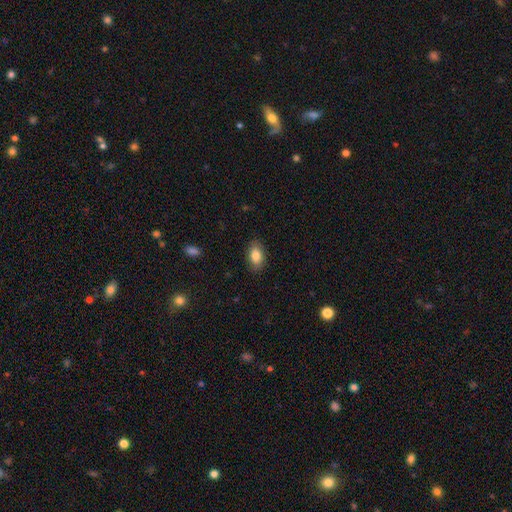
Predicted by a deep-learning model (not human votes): smooth_or_featured: smooth (p=0.84) [alt: featured or disk p=0.09]
how_rounded: in between (p=0.91) [alt: round p=0.07]
merging: none (p=0.85) [alt: minor disturbance p=0.11]